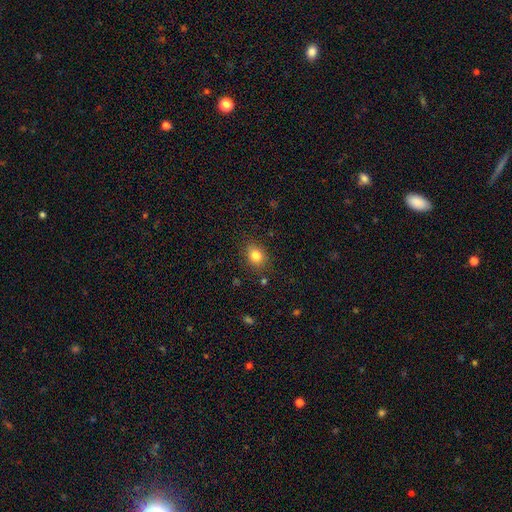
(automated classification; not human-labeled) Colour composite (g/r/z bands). It shows a smooth galaxy with no disk features (82%) that is round (50%). Merging: none (83%).